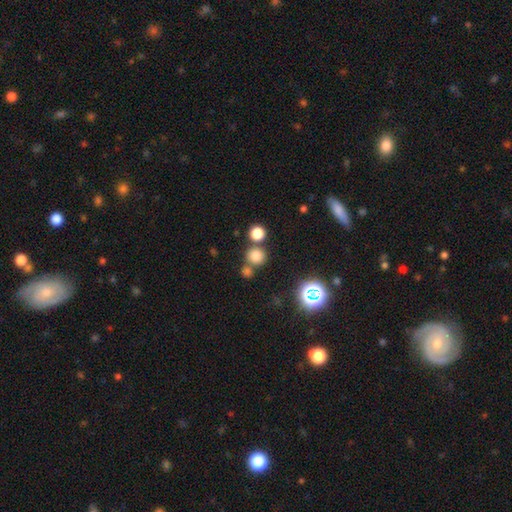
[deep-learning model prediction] Morphology: type=smooth (75%); roundness=round (90%); merging=none (68%).